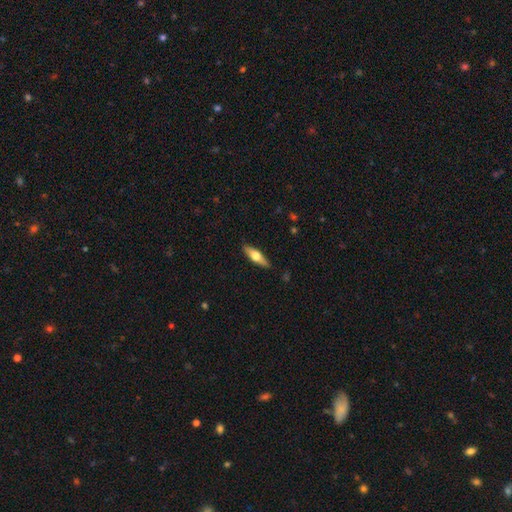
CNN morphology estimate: This is possibly a featured or disk galaxy (52%). It is clearly viewed edge-on (93%). Merging: clearly none (88%).